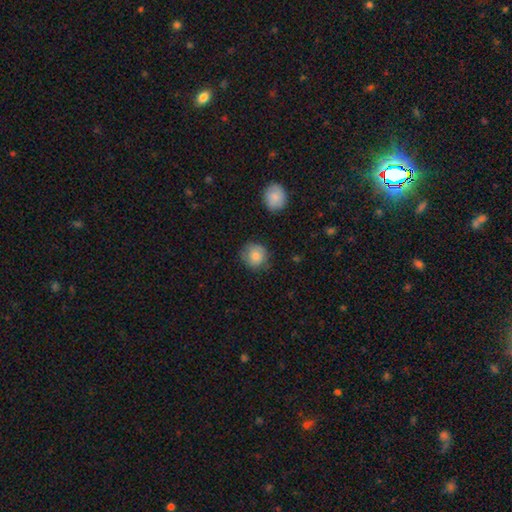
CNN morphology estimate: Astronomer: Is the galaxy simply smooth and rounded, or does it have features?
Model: smooth — 83%.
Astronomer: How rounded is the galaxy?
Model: round — 88%.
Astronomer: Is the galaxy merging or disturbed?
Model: none — 76%.